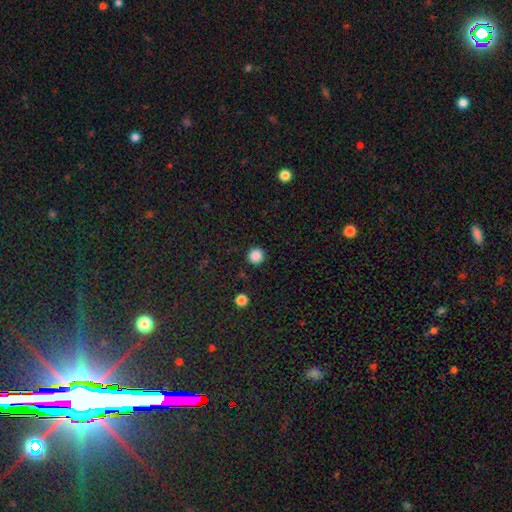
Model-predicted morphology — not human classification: Smooth or featured?
  - smooth: 86% *
  - star or artifact: 11%
  - featured or disk: 3%
How rounded?
  - round: 95% *
  - in between: 4%
  - cigar-shaped: 1%
Merging?
  - none: 91% *
  - minor disturbance: 5%
  - major disturbance: 2%
  - merger: 1%